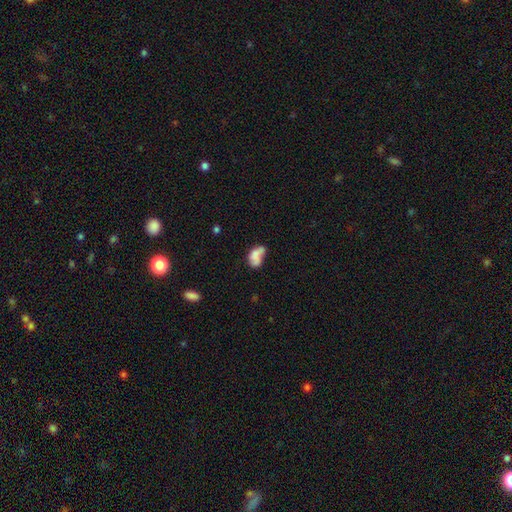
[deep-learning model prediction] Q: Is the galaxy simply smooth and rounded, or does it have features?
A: smooth — 67%.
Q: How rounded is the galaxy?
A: in between — 84%.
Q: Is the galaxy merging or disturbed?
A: merger — 30%.